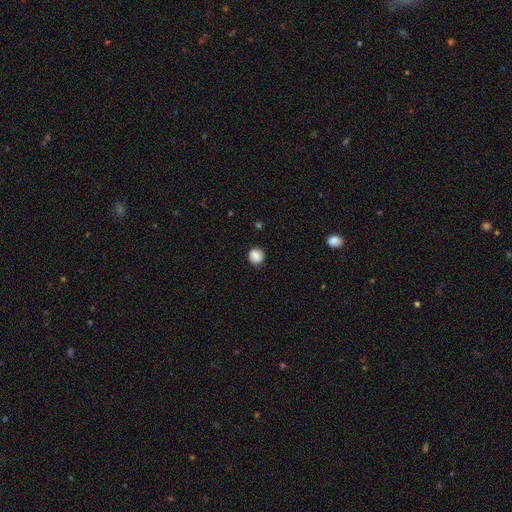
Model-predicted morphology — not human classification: Smooth or featured: smooth — 87% (star or artifact — 9%)
How rounded: round — 90% (in between — 9%)
Merging: none — 88% (minor disturbance — 9%)